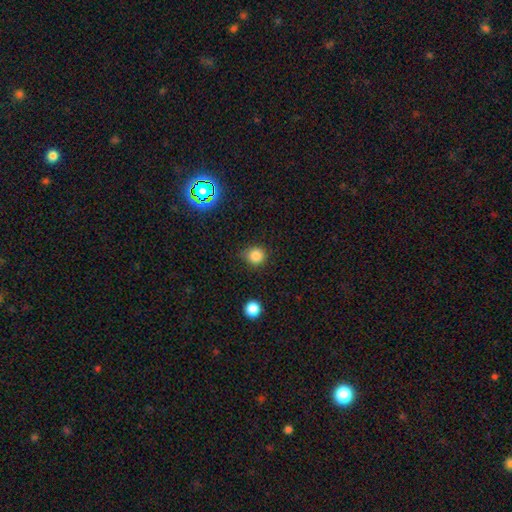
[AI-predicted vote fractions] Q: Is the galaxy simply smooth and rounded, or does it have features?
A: smooth — 83%.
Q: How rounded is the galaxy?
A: round — 90%.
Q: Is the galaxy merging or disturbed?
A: none — 79%.